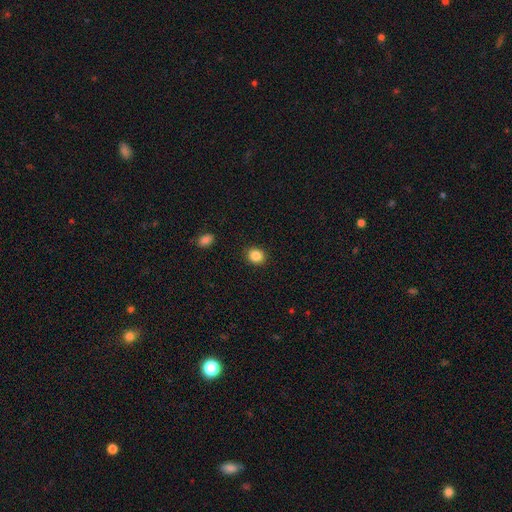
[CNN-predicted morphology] smooth-or-featured: smooth: 86% | star or artifact: 10% | featured or disk: 4%
  how-rounded: round: 76% | in between: 24% | cigar-shaped: 1%
  merging: none: 91% | minor disturbance: 6% | major disturbance: 2% | merger: 1%